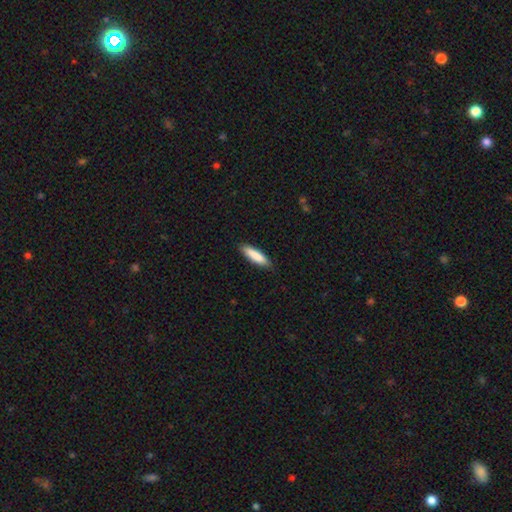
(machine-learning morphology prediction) A smooth galaxy with no disk features (85%) that is cigar-shaped (69%).

Vote fractions:
- Smooth or featured? smooth: 85% / featured or disk: 9% / star or artifact: 6%
- How rounded? cigar-shaped: 69% / in between: 30% / round: 1%
- Merging? none: 87% / minor disturbance: 10% / major disturbance: 2% / merger: 1%